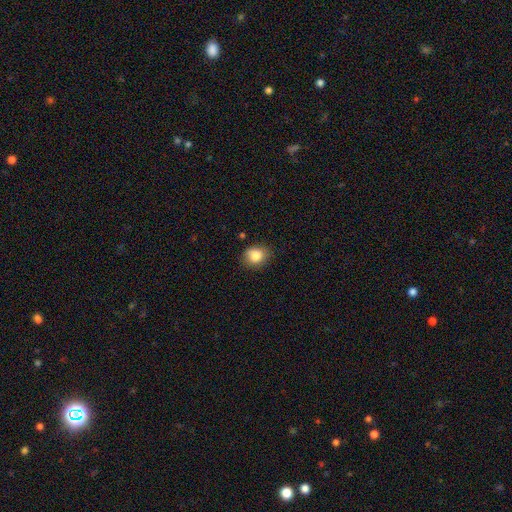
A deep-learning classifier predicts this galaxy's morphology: Q: Smooth or featured?
A: smooth (84%); runner-up: star or artifact (10%)
Q: How rounded?
A: round (60%); runner-up: in between (39%)
Q: Merging?
A: none (80%); runner-up: minor disturbance (16%)